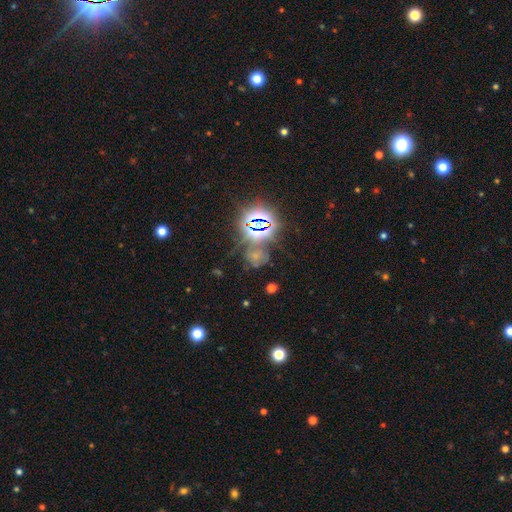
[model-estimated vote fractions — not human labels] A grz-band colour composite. It shows a star or artifact, not a galaxy (55%).